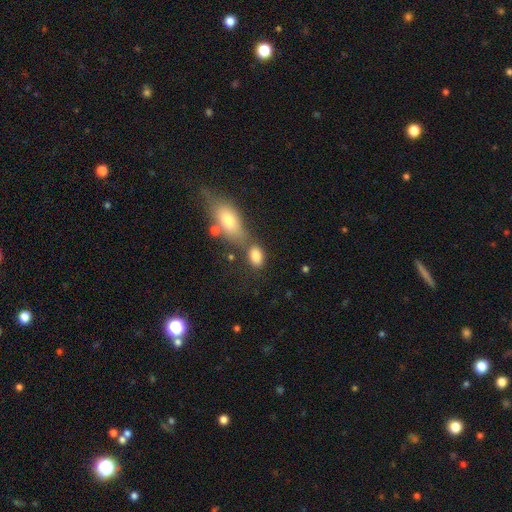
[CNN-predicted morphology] Overall: smooth (83%). How rounded: in between (86%). Merging: none (52%; merger 26%).